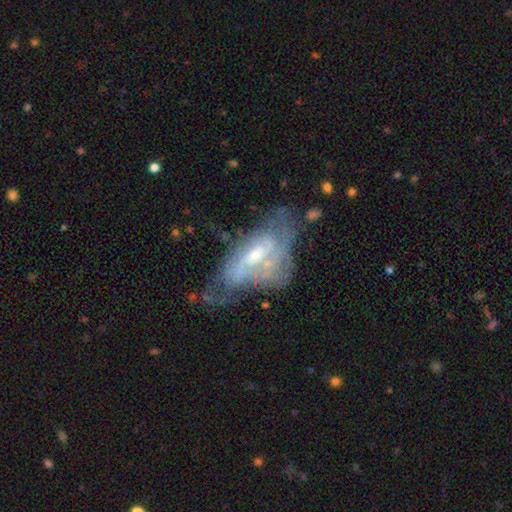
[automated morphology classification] Overall: featured or disk (75%). Edge-on disk: no (92%). Bar: no (46%; weak 42%). Spiral arms: yes (71%). Bulge size: small (50%; moderate 40%). Merging: none (37%; major disturbance 29%).